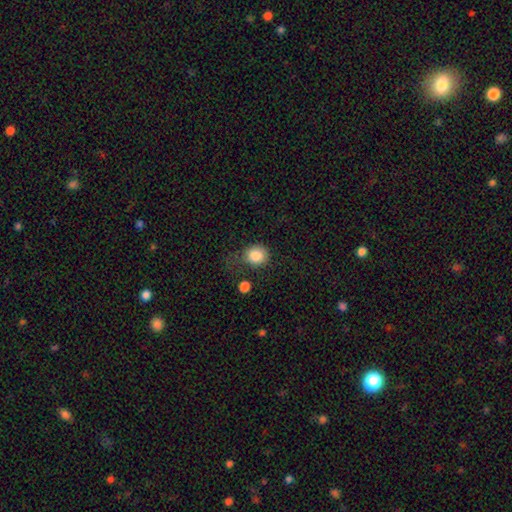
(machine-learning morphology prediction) Q: Smooth or featured?
A: smooth (85%); runner-up: star or artifact (9%)
Q: How rounded?
A: round (80%); runner-up: in between (19%)
Q: Merging?
A: none (59%); runner-up: minor disturbance (22%)